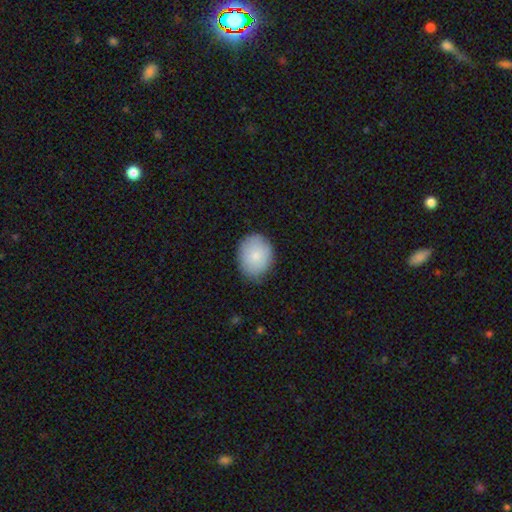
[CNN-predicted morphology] smooth-or-featured: smooth: 82% | featured or disk: 12% | star or artifact: 7%
  how-rounded: in between: 51% | round: 49% | cigar-shaped: 1%
  merging: none: 79% | minor disturbance: 17% | major disturbance: 3% | merger: 1%